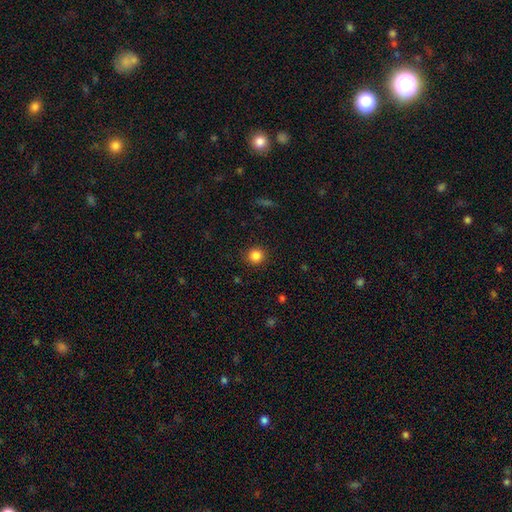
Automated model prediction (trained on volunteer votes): smooth 85%, star or artifact 11%, featured or disk 4%. Down the decision tree: how rounded — round (92%); merging — none (90%).